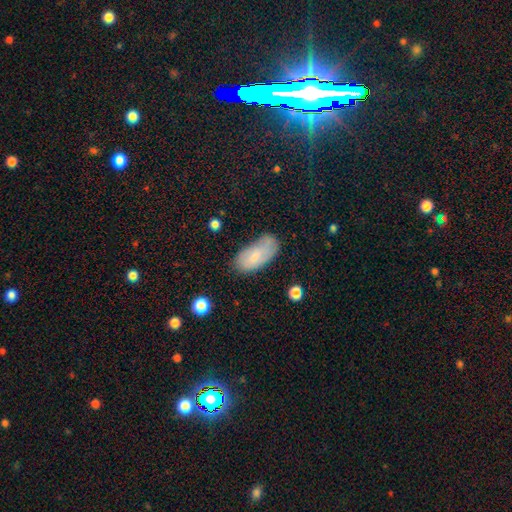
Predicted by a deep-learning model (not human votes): smooth_or_featured: smooth (p=0.69) [alt: featured or disk p=0.23]
how_rounded: in between (p=0.92) [alt: cigar-shaped p=0.05]
merging: none (p=0.54) [alt: minor disturbance p=0.32]